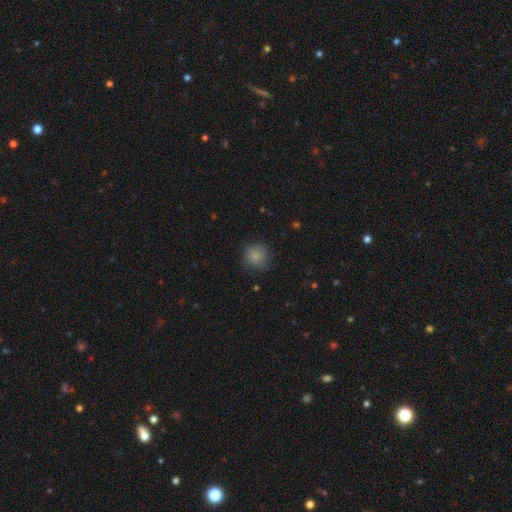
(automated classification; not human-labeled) Q: Smooth or featured?
A: smooth (82%); runner-up: featured or disk (9%)
Q: How rounded?
A: round (91%); runner-up: in between (8%)
Q: Merging?
A: none (75%); runner-up: minor disturbance (19%)